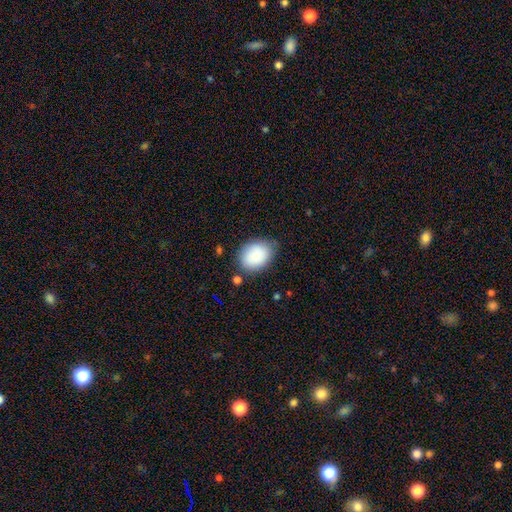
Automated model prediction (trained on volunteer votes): Overall: smooth (86%). How rounded: in between (69%; round 30%). Merging: none (73%).